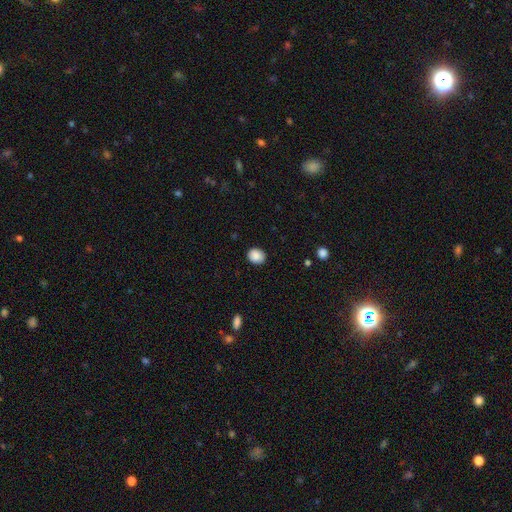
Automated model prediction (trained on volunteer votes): A smooth galaxy with no disk features (89%) that is round (65%). Merging: none (88%).